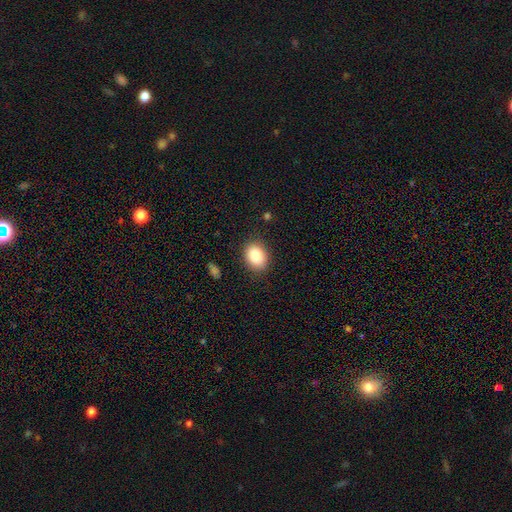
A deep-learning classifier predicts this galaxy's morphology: Overall: smooth (86%). How rounded: in between (66%; round 33%). Merging: none (86%).